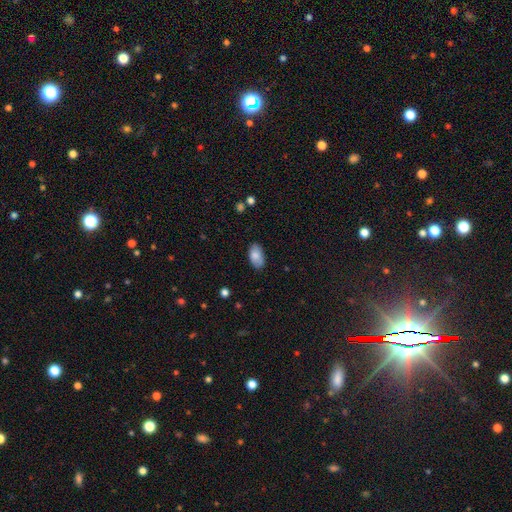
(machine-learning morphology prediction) This is clearly a smooth galaxy (83%). How rounded: clearly in between (94%). Merging: likely none (78%).